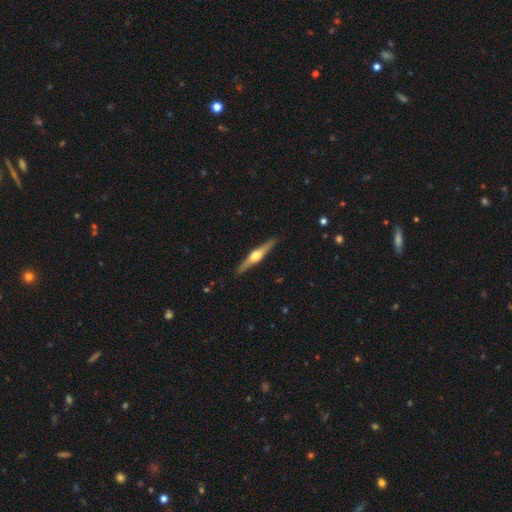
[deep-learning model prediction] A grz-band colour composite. It shows a featured or disk galaxy (74%) viewed edge-on (98%) with a rounded central bulge (94%). Merging: none (91%).